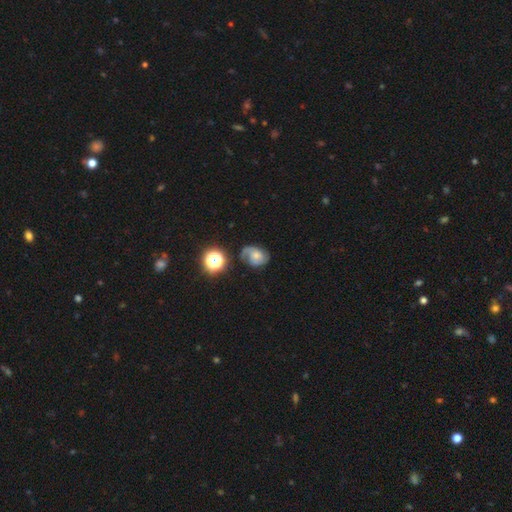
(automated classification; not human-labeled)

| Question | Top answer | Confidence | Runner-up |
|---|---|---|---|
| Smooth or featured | featured or disk | 64% | smooth (24%) |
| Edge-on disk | no | 97% | yes (3%) |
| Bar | no | 70% | weak (26%) |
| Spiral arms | yes | 92% | no (8%) |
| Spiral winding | medium | 44% | tight (37%) |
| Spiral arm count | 2 | 58% | can't tell (15%) |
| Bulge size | small | 46% | moderate (39%) |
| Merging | none | 59% | minor disturbance (25%) |